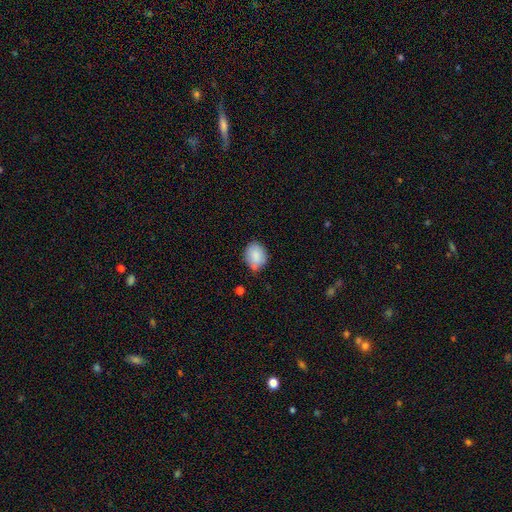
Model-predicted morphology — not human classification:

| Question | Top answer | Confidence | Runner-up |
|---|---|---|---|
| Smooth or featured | smooth | 85% | featured or disk (8%) |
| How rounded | in between | 51% | round (48%) |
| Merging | none | 64% | minor disturbance (29%) |